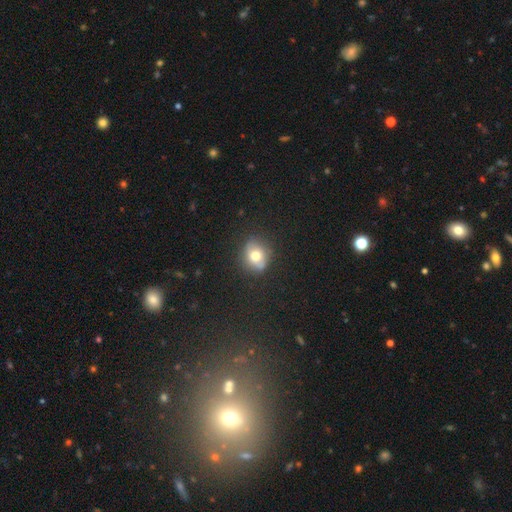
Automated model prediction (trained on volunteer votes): smooth-or-featured: smooth: 66% | featured or disk: 21% | star or artifact: 13%
  how-rounded: round: 68% | in between: 30% | cigar-shaped: 1%
  merging: none: 81% | minor disturbance: 13% | major disturbance: 4% | merger: 1%